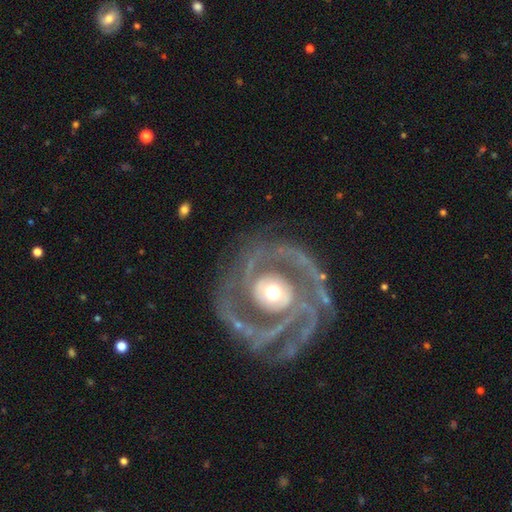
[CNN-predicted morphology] type=featured or disk (92%); edge-on=no (98%); bar=no (67%); spiral arms=yes (98%); winding=tight (66%); arm count=2 (35%); bulge=moderate (70%); merging=none (74%).